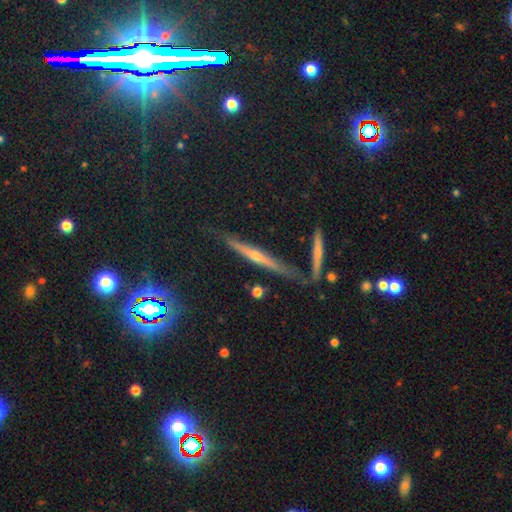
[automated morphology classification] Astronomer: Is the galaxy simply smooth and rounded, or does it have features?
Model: featured or disk — 63%.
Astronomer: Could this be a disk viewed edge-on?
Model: yes — 92%.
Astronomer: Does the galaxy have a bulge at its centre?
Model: rounded — 81%.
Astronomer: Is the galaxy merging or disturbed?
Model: none — 78%.